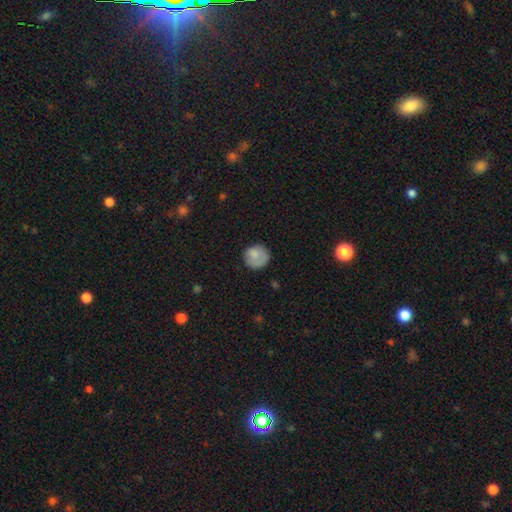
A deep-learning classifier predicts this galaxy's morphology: This is likely a smooth galaxy (79%). How rounded: clearly round (86%). Merging: likely none (69%).